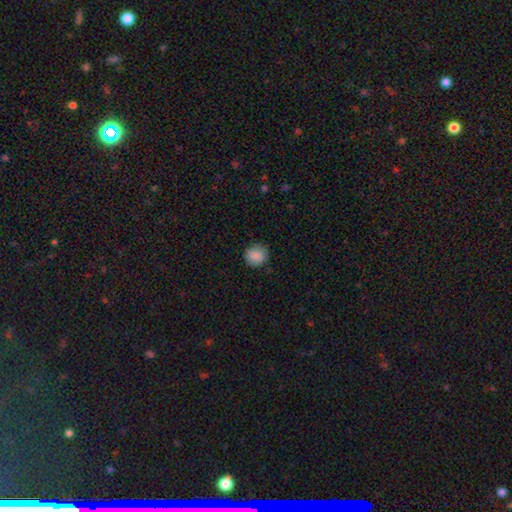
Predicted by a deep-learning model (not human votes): The model was most divided on "merging": none: 85%, minor disturbance: 11%, major disturbance: 3%, merger: 1%. More confident: smooth or featured — smooth (88%); how rounded — round (87%).